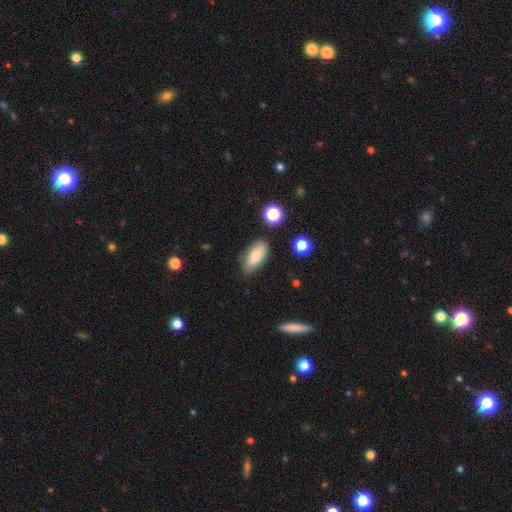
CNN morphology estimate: Overall: smooth (79%). How rounded: in between (81%). Merging: none (80%).